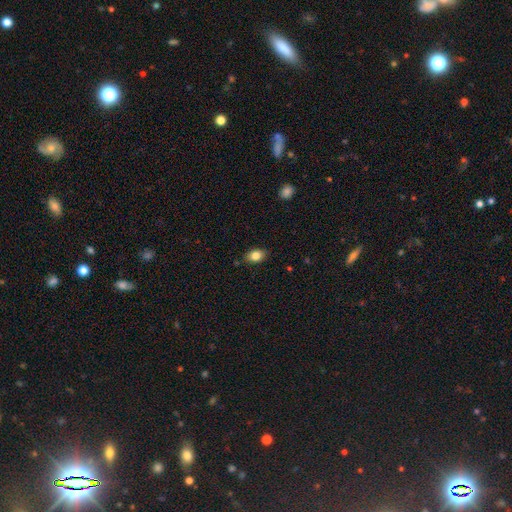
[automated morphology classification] Overall: smooth (83%). How rounded: in between (81%). Merging: none (84%).